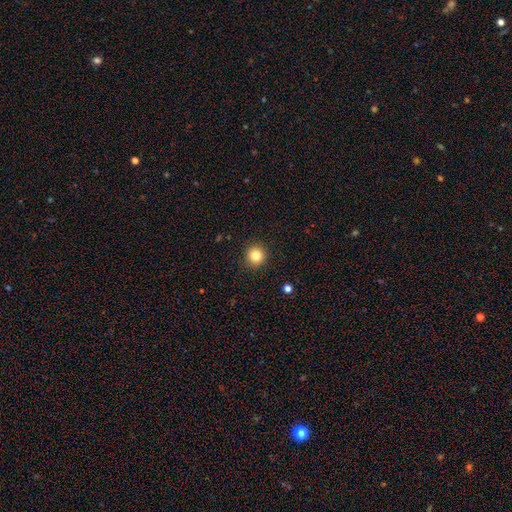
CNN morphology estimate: Smooth or featured? Predicted: smooth (p=0.82). How rounded? Predicted: round (p=0.95). Merging? Predicted: none (p=0.92).